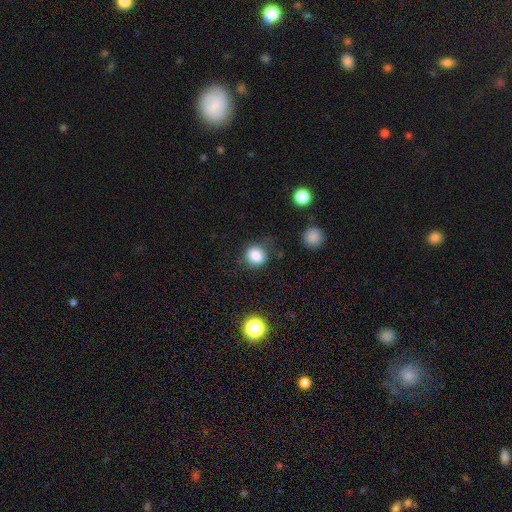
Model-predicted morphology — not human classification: smooth_or_featured: smooth (p=0.84) [alt: star or artifact p=0.10]
how_rounded: round (p=0.81) [alt: in between p=0.18]
merging: none (p=0.77) [alt: minor disturbance p=0.15]